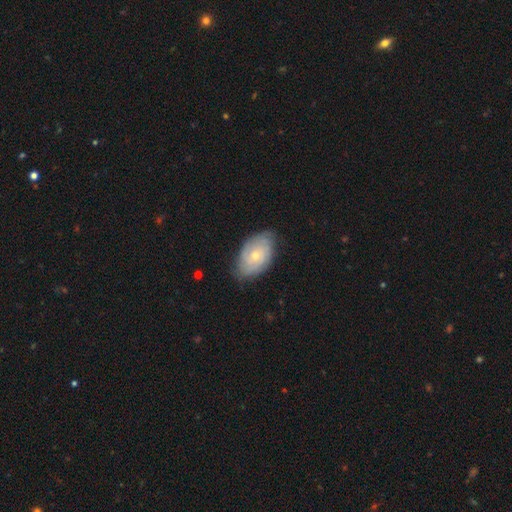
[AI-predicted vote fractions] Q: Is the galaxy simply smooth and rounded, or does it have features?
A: featured or disk — 60%.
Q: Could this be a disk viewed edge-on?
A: no — 95%.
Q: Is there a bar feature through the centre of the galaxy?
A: no — 79%.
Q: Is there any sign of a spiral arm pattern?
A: yes — 81%.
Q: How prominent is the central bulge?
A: small — 55%.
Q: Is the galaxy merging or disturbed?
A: none — 73%.